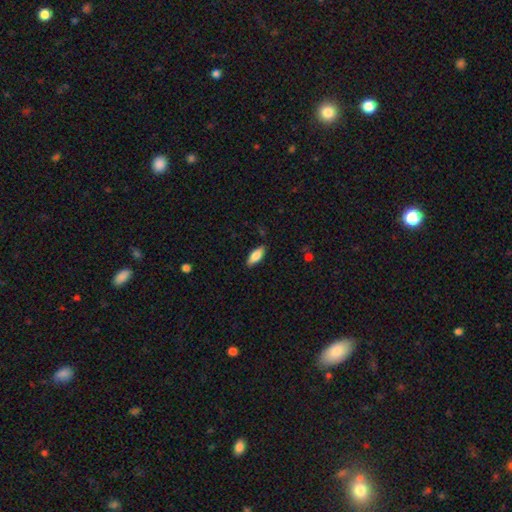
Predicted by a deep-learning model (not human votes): smooth 82%, featured or disk 12%, star or artifact 6%. Down the decision tree: how rounded — in between (78%); merging — none (85%).